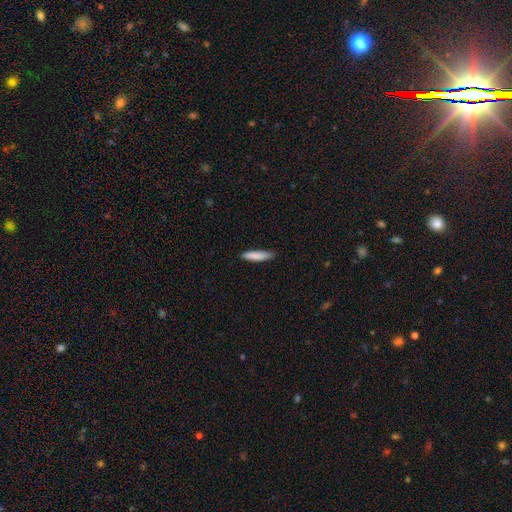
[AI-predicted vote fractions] smooth 84%, featured or disk 10%, star or artifact 6%. Down the decision tree: how rounded — cigar-shaped (86%); merging — none (85%).